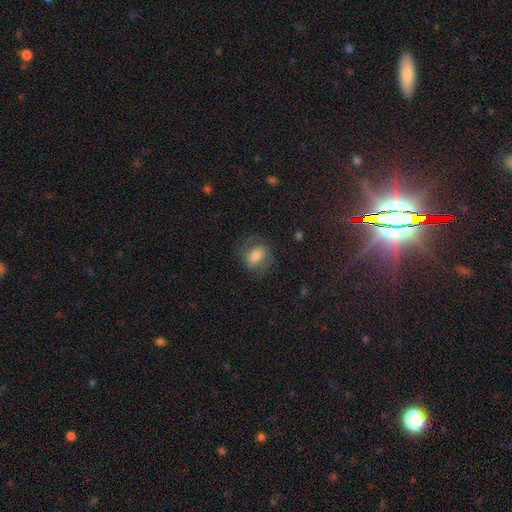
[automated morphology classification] Overall: smooth (63%; featured or disk 26%). How rounded: in between (61%; round 37%). Merging: none (67%).